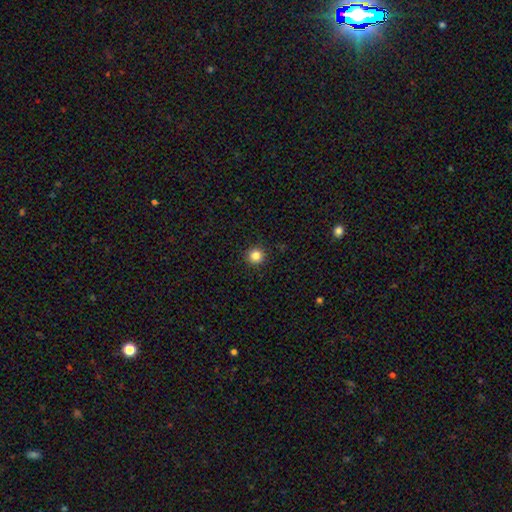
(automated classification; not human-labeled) Smooth or featured?
  - smooth: 84% *
  - star or artifact: 12%
  - featured or disk: 4%
How rounded?
  - round: 95% *
  - in between: 4%
  - cigar-shaped: 1%
Merging?
  - none: 93% *
  - minor disturbance: 5%
  - major disturbance: 2%
  - merger: 1%